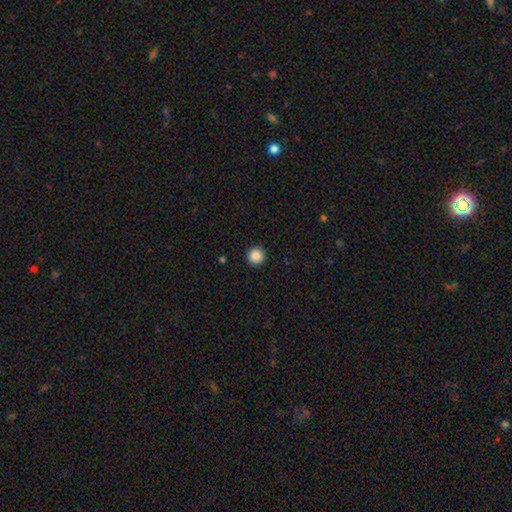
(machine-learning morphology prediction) type=smooth (88%); roundness=round (96%); merging=none (93%).